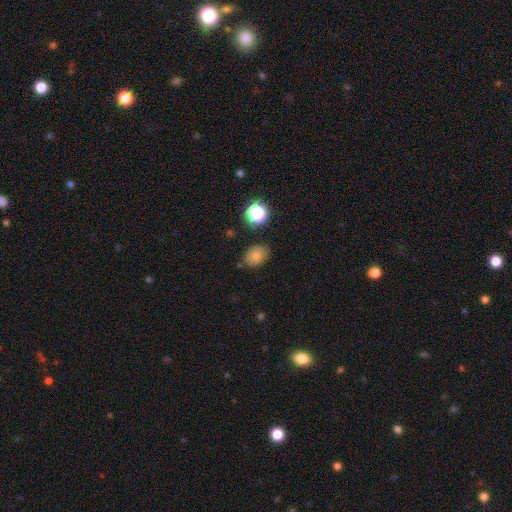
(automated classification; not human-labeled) Smooth or featured? Predicted: smooth (p=0.76). How rounded? Predicted: in between (p=0.64). Merging? Predicted: none (p=0.77).